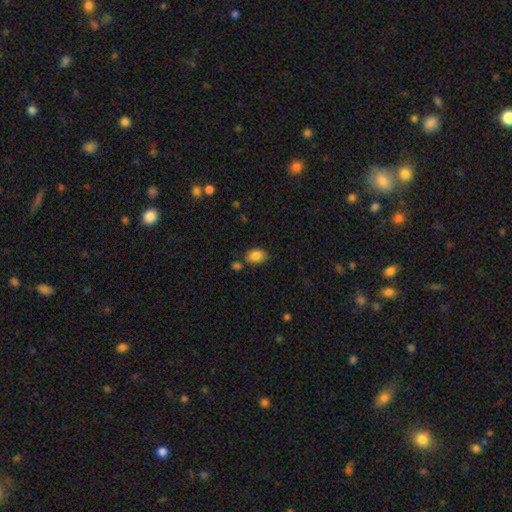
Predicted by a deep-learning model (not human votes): Overall: smooth (85%). How rounded: in between (72%). Merging: none (75%).